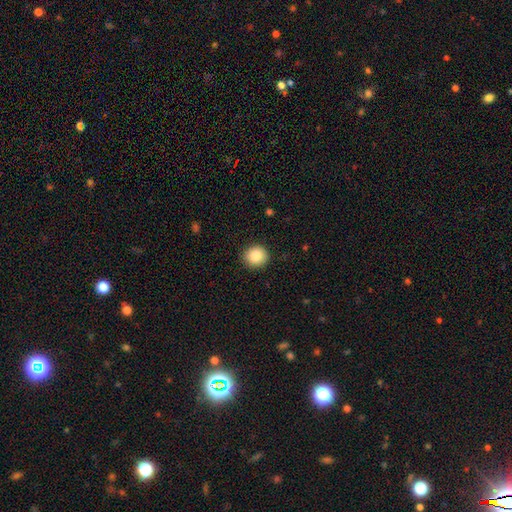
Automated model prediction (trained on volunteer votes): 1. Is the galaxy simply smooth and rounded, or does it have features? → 87% smooth, 8% star or artifact, 5% featured or disk.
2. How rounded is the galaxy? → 90% round, 9% in between, 1% cigar-shaped.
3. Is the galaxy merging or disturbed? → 91% none, 7% minor disturbance, 2% major disturbance, 1% merger.